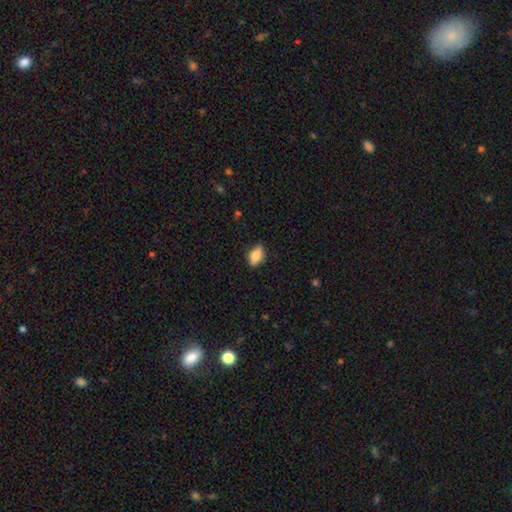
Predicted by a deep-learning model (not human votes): smooth-or-featured: smooth: 77% | featured or disk: 16% | star or artifact: 8%
  how-rounded: in between: 86% | cigar-shaped: 7% | round: 7%
  merging: none: 81% | minor disturbance: 15% | major disturbance: 3% | merger: 1%